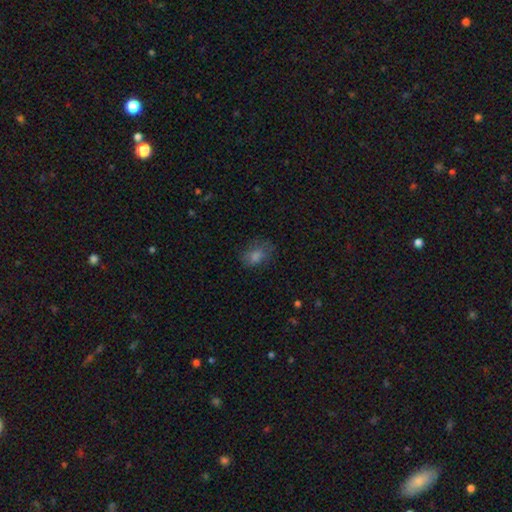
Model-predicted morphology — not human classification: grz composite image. It shows a smooth galaxy with no disk features (65%) that is in between round and cigar-shaped (70%). Merging: none (67%).